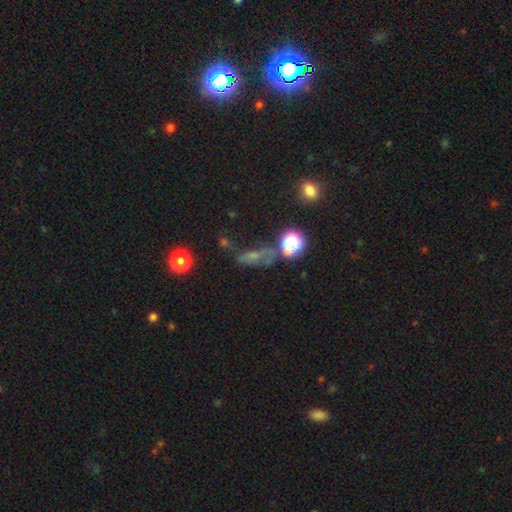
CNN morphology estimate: smooth-or-featured: featured or disk: 37% | smooth: 32% | star or artifact: 31%
  merging: none: 42% | major disturbance: 22% | minor disturbance: 19% | merger: 16%